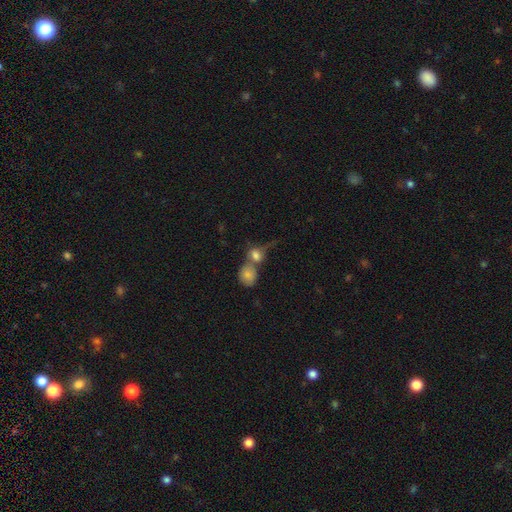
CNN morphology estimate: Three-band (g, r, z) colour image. It shows a smooth galaxy with no disk features (75%) that is round (59%). Merging: merger (59%).